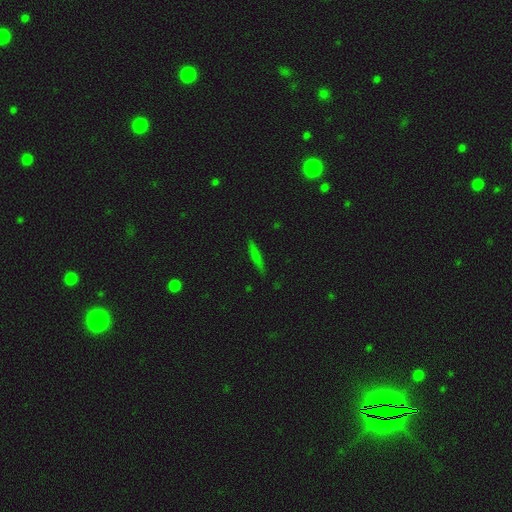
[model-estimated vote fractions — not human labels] This is likely a smooth galaxy (66%). How rounded: clearly cigar-shaped (91%). Merging: clearly none (85%).